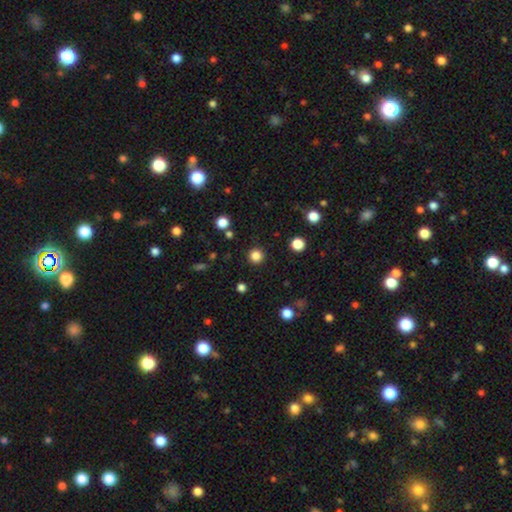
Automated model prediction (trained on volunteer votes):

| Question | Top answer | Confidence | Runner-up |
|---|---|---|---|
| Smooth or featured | smooth | 83% | star or artifact (13%) |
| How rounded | round | 95% | in between (4%) |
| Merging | none | 91% | minor disturbance (5%) |